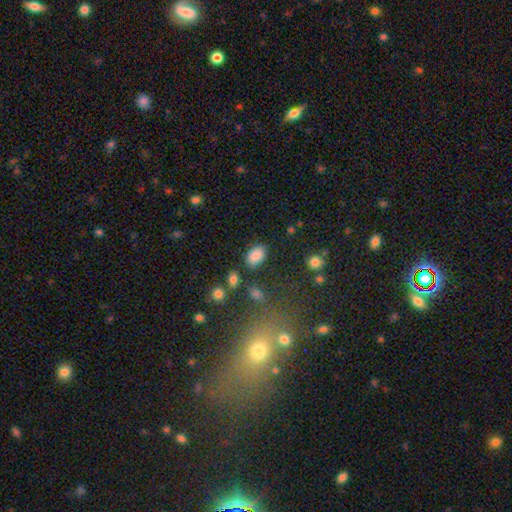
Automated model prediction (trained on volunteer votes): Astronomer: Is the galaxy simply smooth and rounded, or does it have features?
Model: smooth — 86%.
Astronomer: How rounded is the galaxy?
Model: in between — 87%.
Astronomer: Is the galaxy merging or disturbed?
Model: none — 79%.